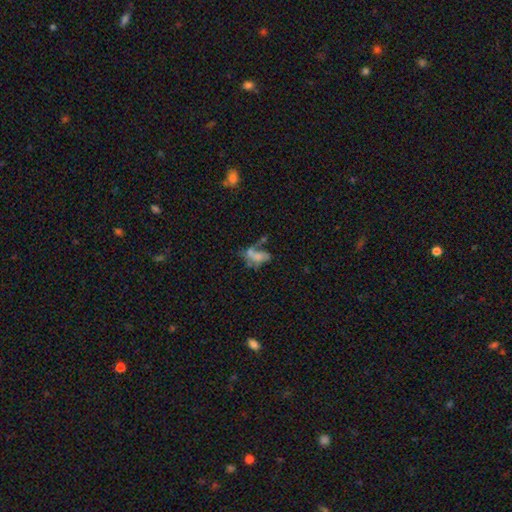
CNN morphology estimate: A smooth galaxy with no disk features (46%).

Vote fractions:
- Smooth or featured? smooth: 46% / featured or disk: 40% / star or artifact: 15%
- Merging? major disturbance: 39% / merger: 24% / none: 22% / minor disturbance: 15%